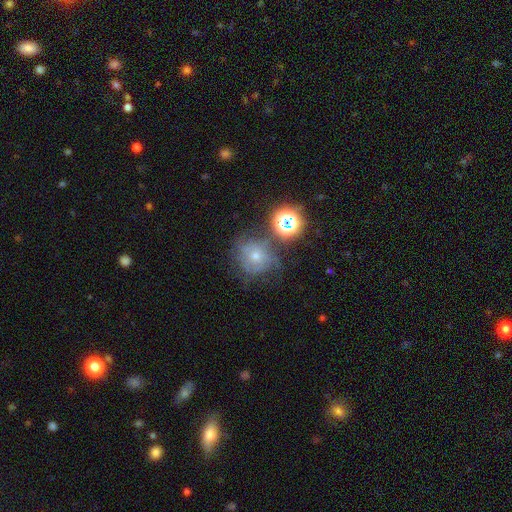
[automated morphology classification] The model was most divided on "smooth or featured": smooth: 43%, featured or disk: 35%, star or artifact: 22%. Remaining: merging — none (47%).